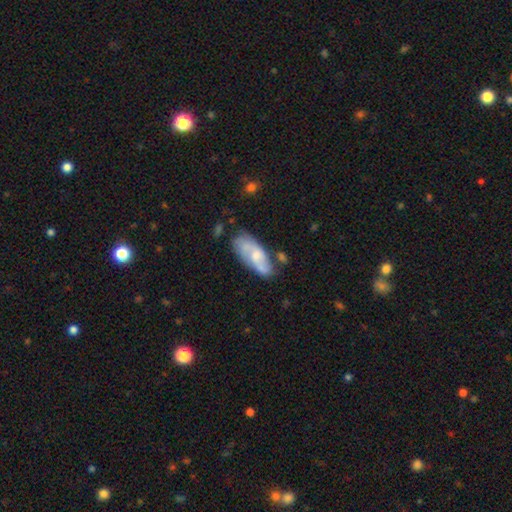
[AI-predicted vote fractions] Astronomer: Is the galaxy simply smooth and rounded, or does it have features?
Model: featured or disk — 48% (runner-up: smooth, 46%).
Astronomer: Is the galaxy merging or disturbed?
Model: none — 53%.